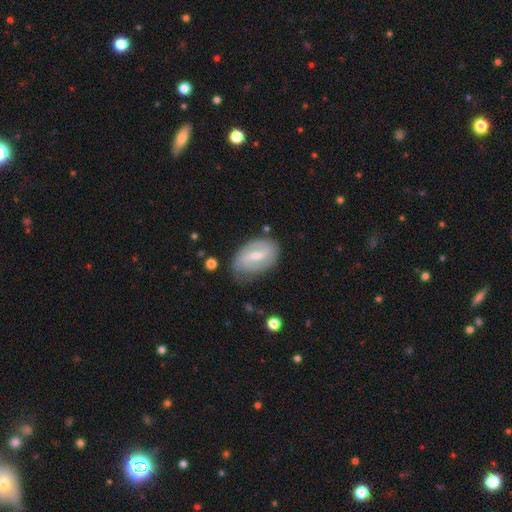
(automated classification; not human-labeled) The model was most divided on "bar" (2-way tie): weak: 44%, strong: 44%, no: 12%. Remaining: edge-on disk — no (93%); merging — none (70%); spiral arms — yes (69%); smooth or featured — featured or disk (66%); bulge size — small (50%).